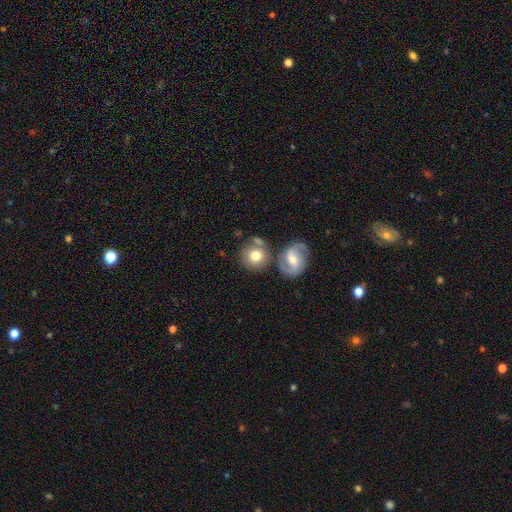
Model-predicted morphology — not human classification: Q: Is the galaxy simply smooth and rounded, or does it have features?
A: smooth — 64%.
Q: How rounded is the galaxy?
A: round — 86%.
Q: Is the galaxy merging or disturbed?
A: none — 60%.